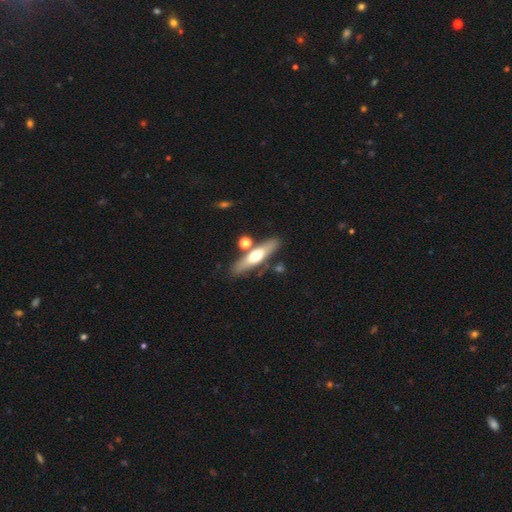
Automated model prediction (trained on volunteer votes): This is possibly a featured or disk galaxy (49%). Merging: likely none (76%).